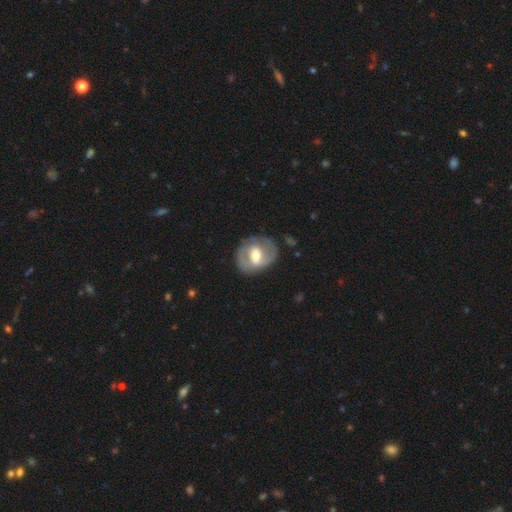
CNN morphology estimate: smooth_or_featured: featured or disk (p=0.65) [alt: smooth p=0.30]
disk_edge_on: no (p=0.96) [alt: yes p=0.04]
bar: weak (p=0.45) [alt: strong p=0.28]
has_spiral_arms: yes (p=0.64) [alt: no p=0.36]
bulge_size: moderate (p=0.69) [alt: small p=0.15]
merging: none (p=0.75) [alt: minor disturbance p=0.16]